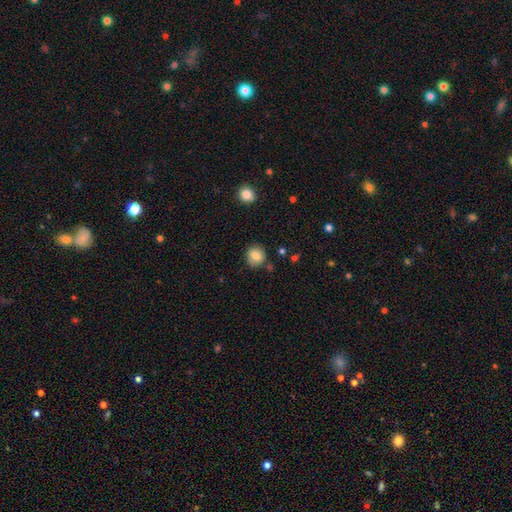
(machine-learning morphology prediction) This appears to be a smooth galaxy with no disk features (80%) that is round (86%). Merging: none (82%).